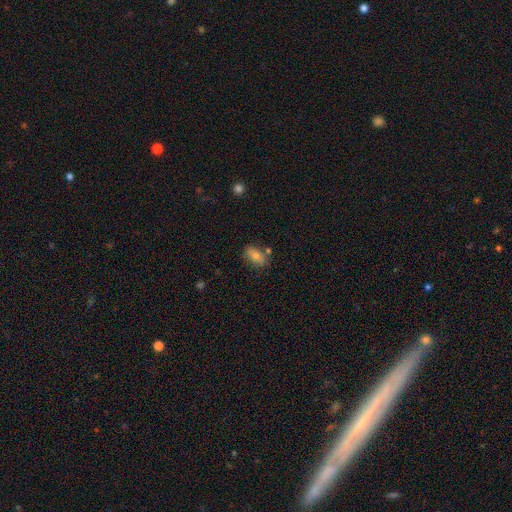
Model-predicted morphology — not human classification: Smooth or featured: smooth — 75% (featured or disk — 16%)
How rounded: in between — 87% (round — 8%)
Merging: none — 75% (minor disturbance — 14%)